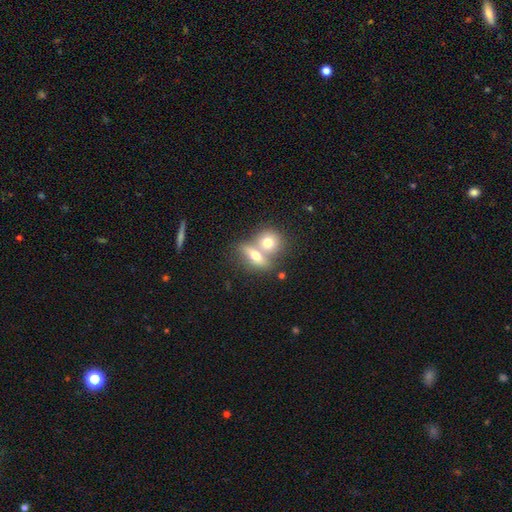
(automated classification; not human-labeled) Morphology: type=smooth (65%); roundness=in between (59%); merging=merger (59%).